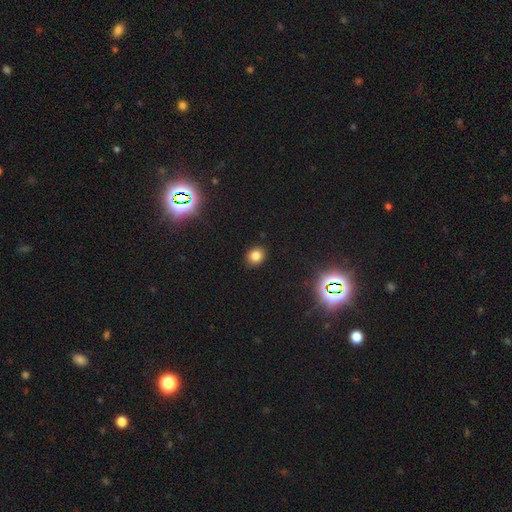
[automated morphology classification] smooth 79%, star or artifact 15%, featured or disk 6%. Down the decision tree: how rounded — round (63%); merging — none (89%).